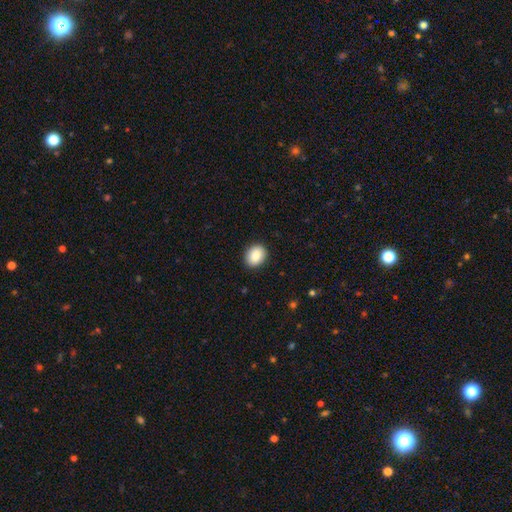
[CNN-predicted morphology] Overall: smooth (87%). How rounded: in between (53%; round 46%). Merging: none (91%).